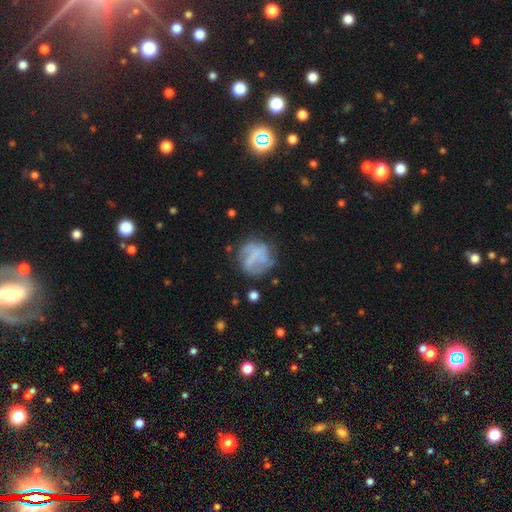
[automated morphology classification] A featured or disk galaxy (48%). Merging: none (55%).